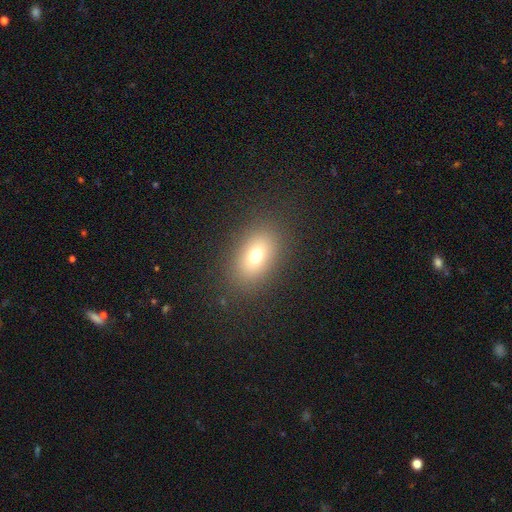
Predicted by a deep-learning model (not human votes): Smooth or featured: smooth — 72% (featured or disk — 14%)
How rounded: in between — 80% (round — 18%)
Merging: none — 86% (minor disturbance — 9%)